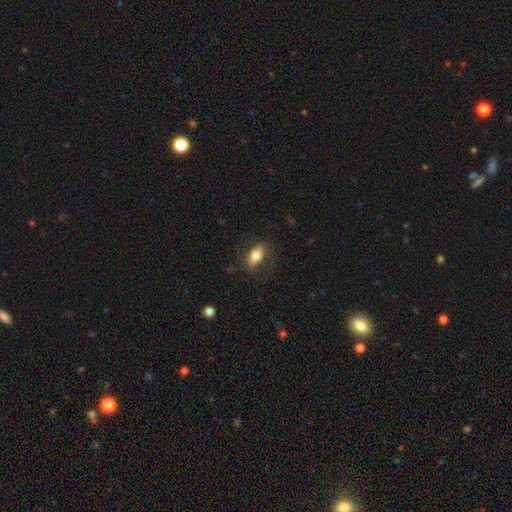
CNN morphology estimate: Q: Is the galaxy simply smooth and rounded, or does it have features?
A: smooth — 77%.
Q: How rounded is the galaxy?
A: in between — 89%.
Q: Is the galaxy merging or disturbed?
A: none — 76%.